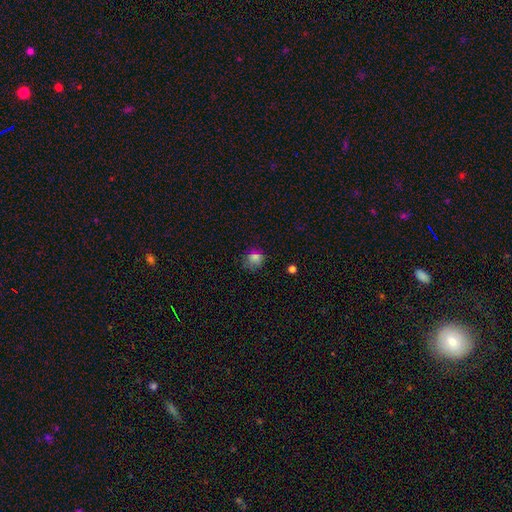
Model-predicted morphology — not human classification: A smooth galaxy with no disk features (77%) that is round (73%).

Vote fractions:
- Smooth or featured? smooth: 77% / star or artifact: 16% / featured or disk: 8%
- How rounded? round: 73% / in between: 26% / cigar-shaped: 1%
- Merging? none: 68% / minor disturbance: 21% / major disturbance: 9% / merger: 2%